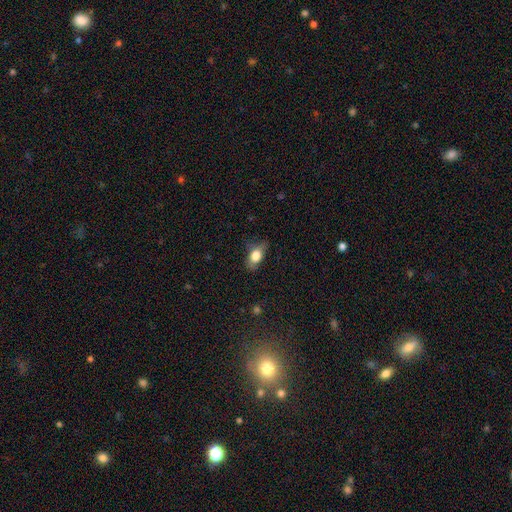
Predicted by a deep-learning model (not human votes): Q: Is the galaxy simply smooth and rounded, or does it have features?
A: smooth — 73%.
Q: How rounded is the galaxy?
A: in between — 79%.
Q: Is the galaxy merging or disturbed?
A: none — 62%.